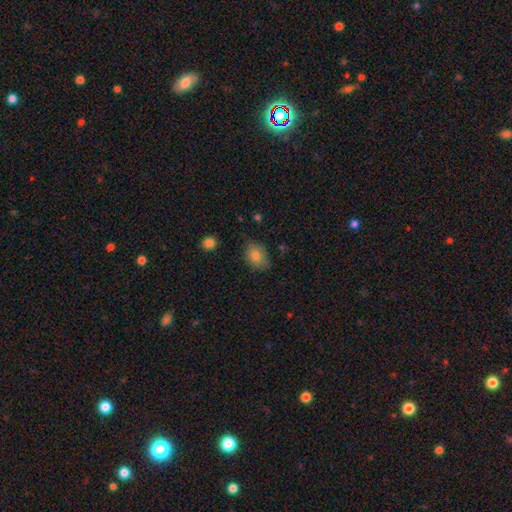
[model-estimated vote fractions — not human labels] smooth_or_featured: smooth (p=0.81) [alt: featured or disk p=0.10]
how_rounded: in between (p=0.71) [alt: round p=0.28]
merging: none (p=0.77) [alt: minor disturbance p=0.19]